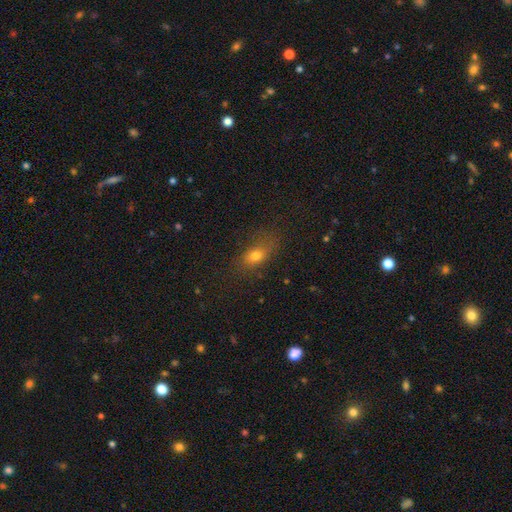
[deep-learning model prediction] Smooth or featured?
  - smooth: 72% *
  - featured or disk: 14%
  - star or artifact: 14%
How rounded?
  - in between: 75% *
  - round: 18%
  - cigar-shaped: 7%
Merging?
  - none: 64% *
  - minor disturbance: 21%
  - major disturbance: 13%
  - merger: 2%